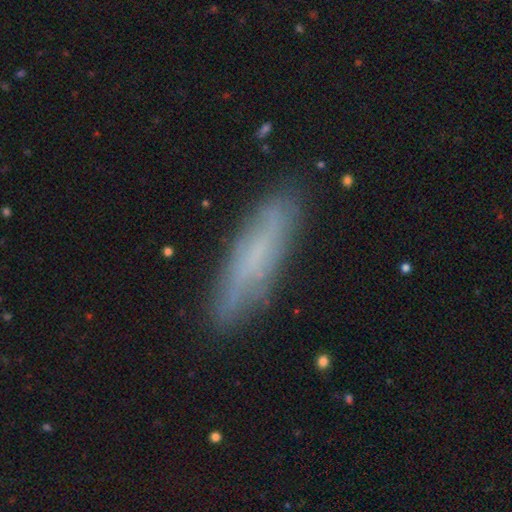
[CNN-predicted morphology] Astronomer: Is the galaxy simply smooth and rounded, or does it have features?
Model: smooth — 51% (runner-up: featured or disk, 40%).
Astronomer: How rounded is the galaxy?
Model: cigar-shaped — 75%.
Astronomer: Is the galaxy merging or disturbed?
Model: none — 80%.